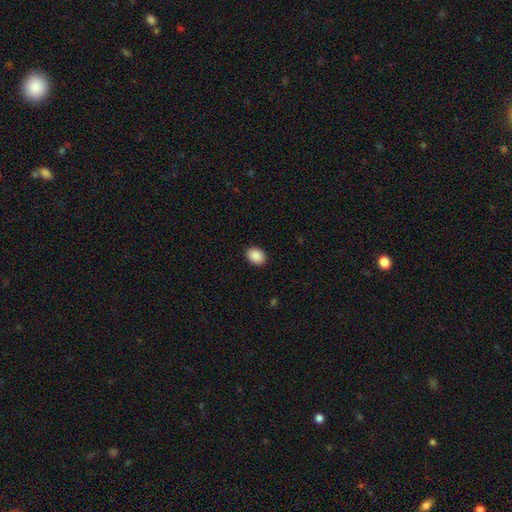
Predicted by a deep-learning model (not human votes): This appears to be a smooth galaxy with no disk features (90%) that is in between round and cigar-shaped (66%). Merging: none (91%).